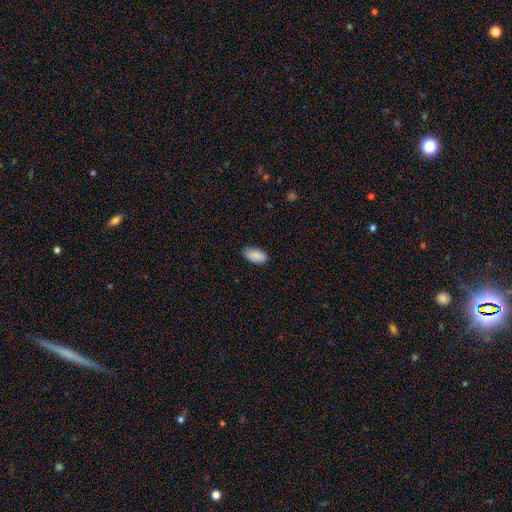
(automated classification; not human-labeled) smooth-or-featured: smooth: 88% | star or artifact: 6% | featured or disk: 6%
  how-rounded: in between: 95% | round: 3% | cigar-shaped: 3%
  merging: none: 82% | minor disturbance: 15% | major disturbance: 2% | merger: 1%